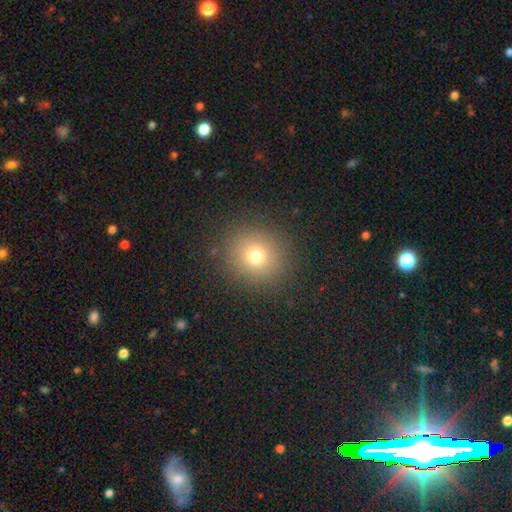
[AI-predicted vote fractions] A smooth galaxy with no disk features (73%) that is round (90%). Merging: none (89%).